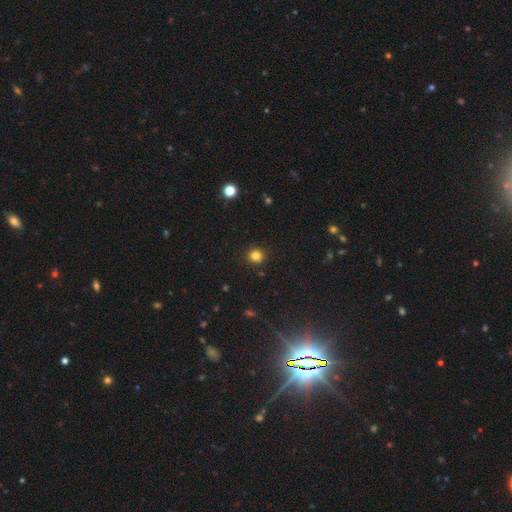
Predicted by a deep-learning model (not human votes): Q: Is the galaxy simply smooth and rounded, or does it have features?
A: smooth — 83%.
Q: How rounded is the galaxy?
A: round — 88%.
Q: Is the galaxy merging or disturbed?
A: none — 90%.